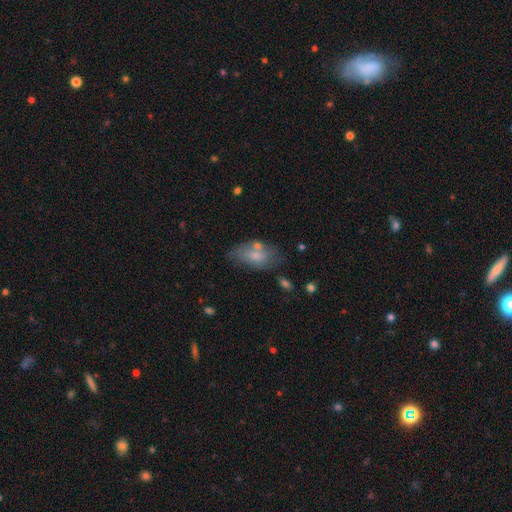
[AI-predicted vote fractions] smooth 67%, featured or disk 25%, star or artifact 8%. Down the decision tree: how rounded — in between (91%); merging — none (53%).